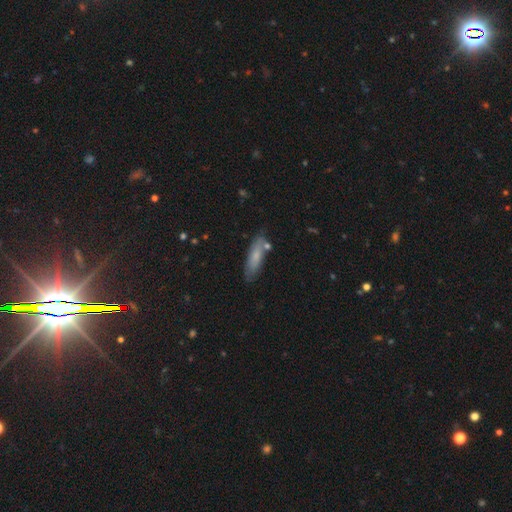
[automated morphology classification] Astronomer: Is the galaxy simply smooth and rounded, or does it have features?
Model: smooth — 70%.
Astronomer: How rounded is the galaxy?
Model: cigar-shaped — 56% (runner-up: in between, 42%).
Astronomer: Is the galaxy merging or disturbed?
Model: none — 73%.